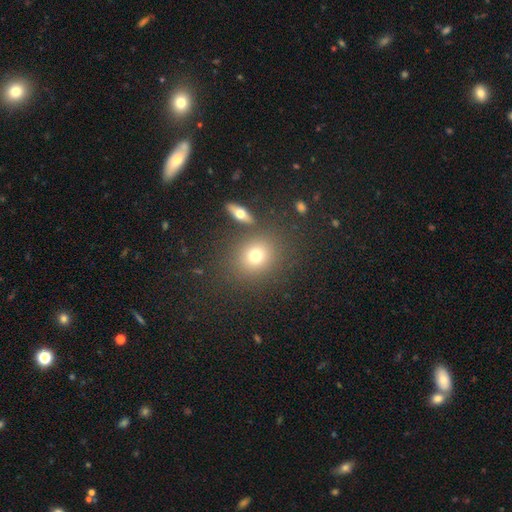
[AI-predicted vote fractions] A smooth galaxy with no disk features (73%) that is round (70%).

Vote fractions:
- Smooth or featured? smooth: 73% / star or artifact: 14% / featured or disk: 13%
- How rounded? round: 70% / in between: 28% / cigar-shaped: 2%
- Merging? none: 79% / minor disturbance: 9% / merger: 8% / major disturbance: 4%